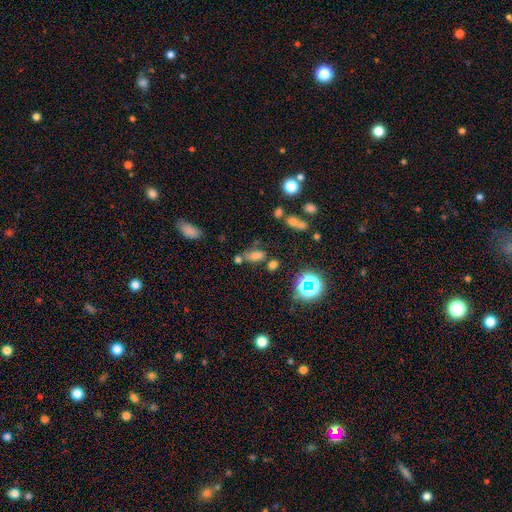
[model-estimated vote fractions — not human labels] Smooth or featured? Predicted: smooth (p=0.66). How rounded? Predicted: in between (p=0.81). Merging? Predicted: none (p=0.55).